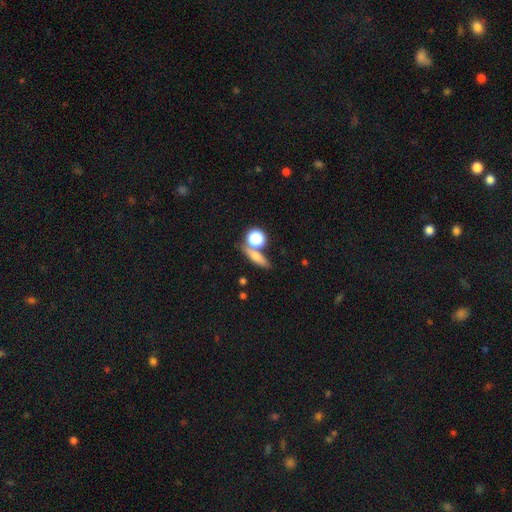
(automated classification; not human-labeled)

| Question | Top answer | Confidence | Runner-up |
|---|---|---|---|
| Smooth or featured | smooth | 63% | featured or disk (23%) |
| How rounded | cigar-shaped | 45% | in between (30%) |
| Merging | none | 65% | merger (19%) |